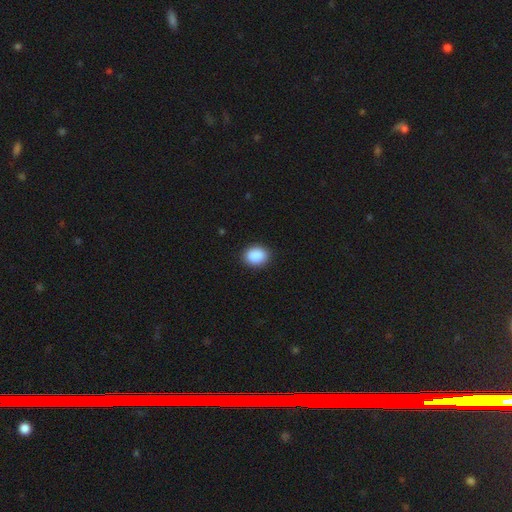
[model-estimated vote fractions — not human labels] Smooth or featured? Predicted: smooth (p=0.89). How rounded? Predicted: in between (p=0.51). Merging? Predicted: none (p=0.89).